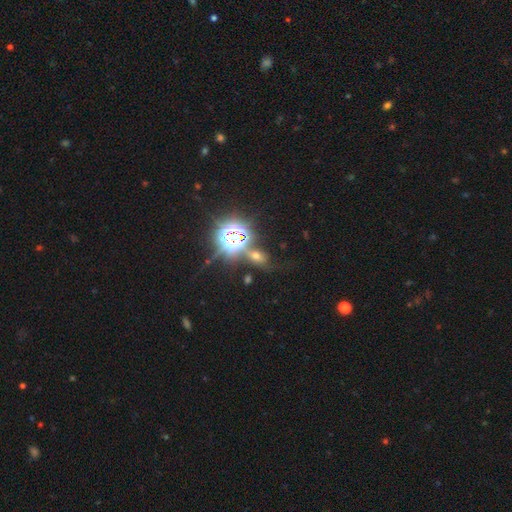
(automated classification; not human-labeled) Overall: star or artifact (56%; smooth 30%).